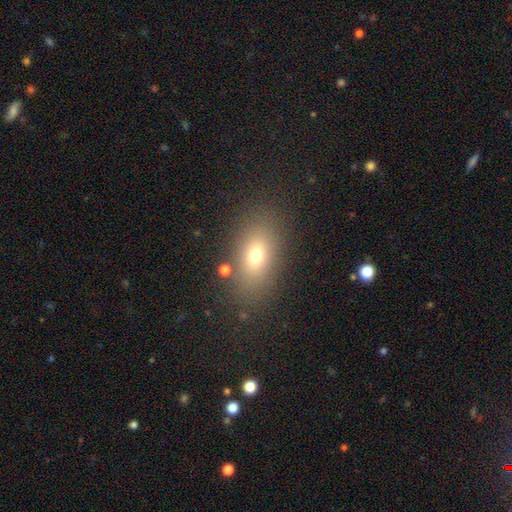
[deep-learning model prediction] Overall: smooth (70%). How rounded: in between (81%). Merging: none (82%).